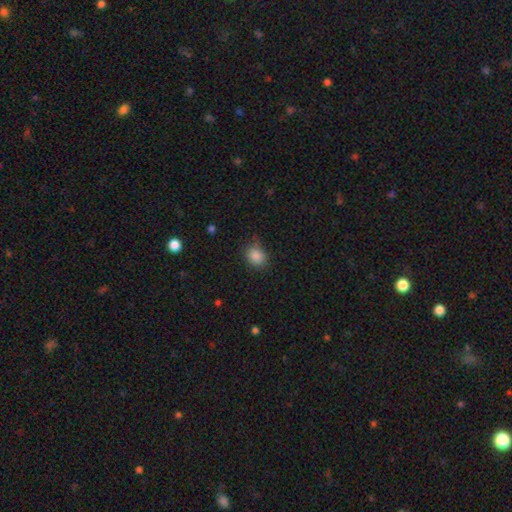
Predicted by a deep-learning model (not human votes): smooth 86%, star or artifact 10%, featured or disk 4%. Down the decision tree: how rounded — round (55%); merging — none (74%).